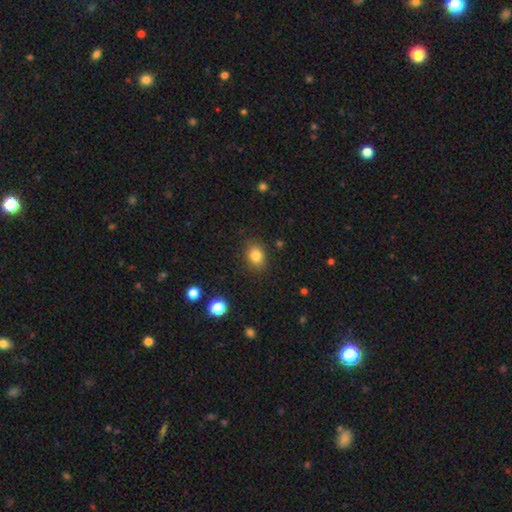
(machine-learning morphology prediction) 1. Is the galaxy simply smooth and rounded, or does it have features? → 83% smooth, 11% star or artifact, 6% featured or disk.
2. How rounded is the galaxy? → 58% in between, 41% round, 1% cigar-shaped.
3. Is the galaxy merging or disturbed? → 85% none, 10% minor disturbance, 3% major disturbance, 1% merger.